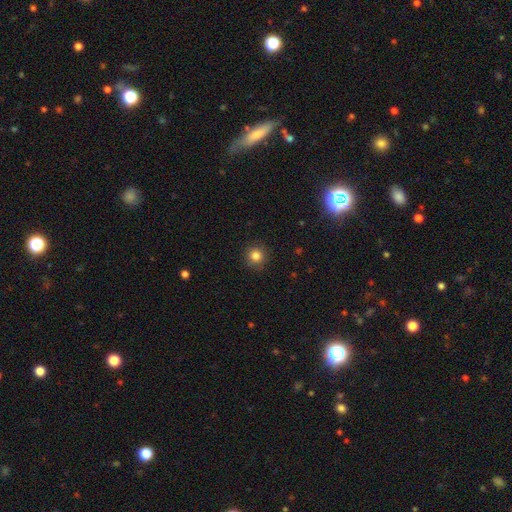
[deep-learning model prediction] Q: Smooth or featured?
A: smooth (83%); runner-up: star or artifact (12%)
Q: How rounded?
A: round (93%); runner-up: in between (6%)
Q: Merging?
A: none (90%); runner-up: minor disturbance (7%)